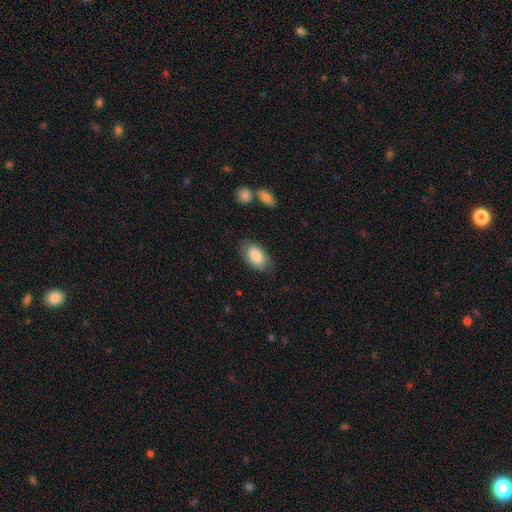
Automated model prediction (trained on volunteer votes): This appears to be a smooth galaxy with no disk features (82%) that is in between round and cigar-shaped (94%). Merging: none (77%).